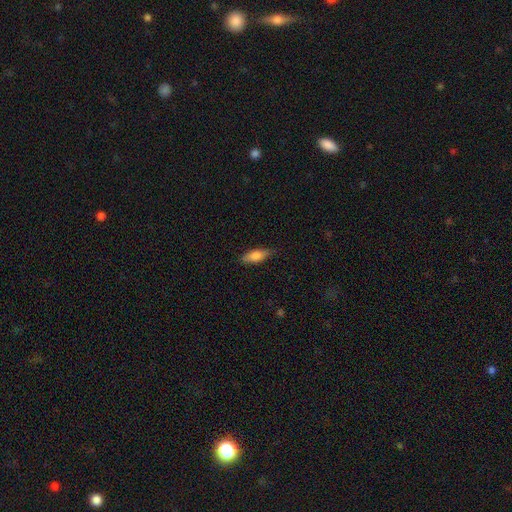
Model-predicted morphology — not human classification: Smooth or featured? smooth (77%)
How rounded? in between (65%)
Merging? none (79%)